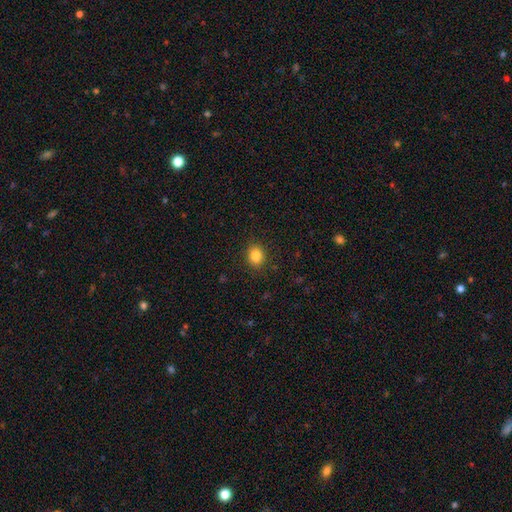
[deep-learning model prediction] The model was most divided on "how rounded": round: 64%, in between: 35%, cigar-shaped: 1%. More confident: merging — none (88%); smooth or featured — smooth (85%).